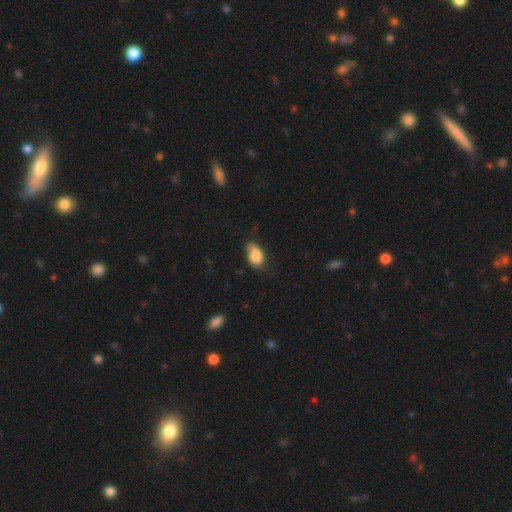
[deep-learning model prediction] Smooth or featured?
  - smooth: 81% *
  - featured or disk: 11%
  - star or artifact: 8%
How rounded?
  - in between: 88% *
  - round: 10%
  - cigar-shaped: 2%
Merging?
  - none: 41% * (tied)
  - minor disturbance: 41% * (tied)
  - major disturbance: 14%
  - merger: 4%